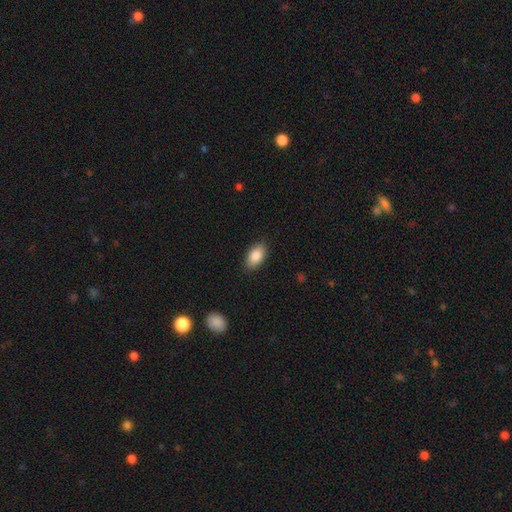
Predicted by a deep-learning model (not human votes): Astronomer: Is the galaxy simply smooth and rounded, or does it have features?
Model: smooth — 87%.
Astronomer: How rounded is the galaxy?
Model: in between — 92%.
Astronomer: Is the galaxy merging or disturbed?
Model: none — 87%.